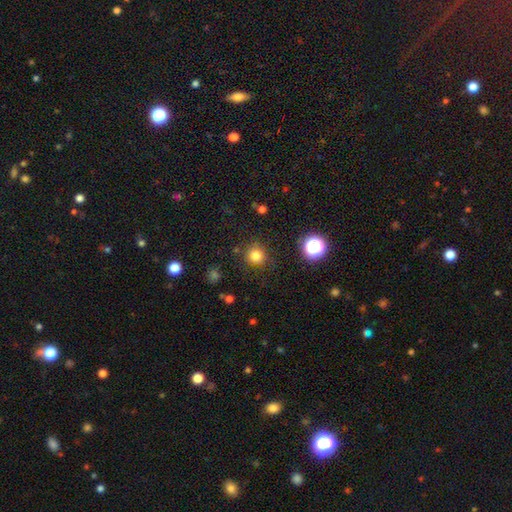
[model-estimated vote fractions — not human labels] Smooth or featured: smooth — 80% (star or artifact — 15%)
How rounded: round — 93% (in between — 6%)
Merging: none — 85% (minor disturbance — 9%)